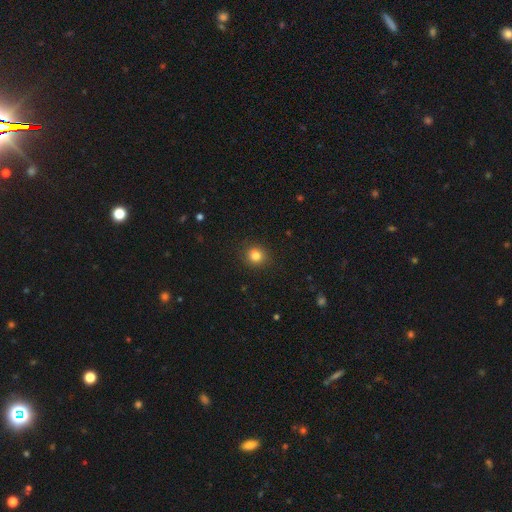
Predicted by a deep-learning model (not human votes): A smooth galaxy with no disk features (83%) that is round (88%). Merging: none (91%).